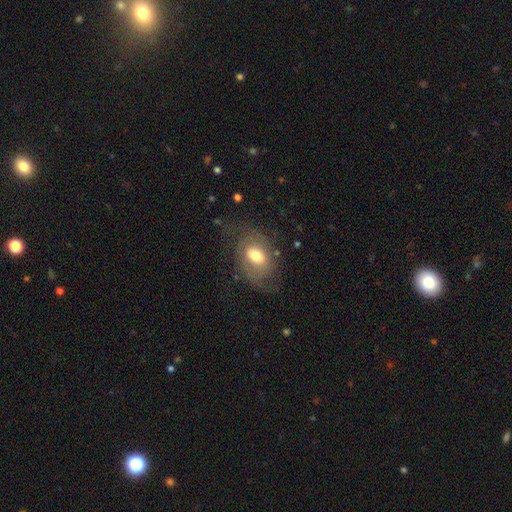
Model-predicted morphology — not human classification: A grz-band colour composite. It shows a smooth galaxy with no disk features (48%). Merging: none (55%).